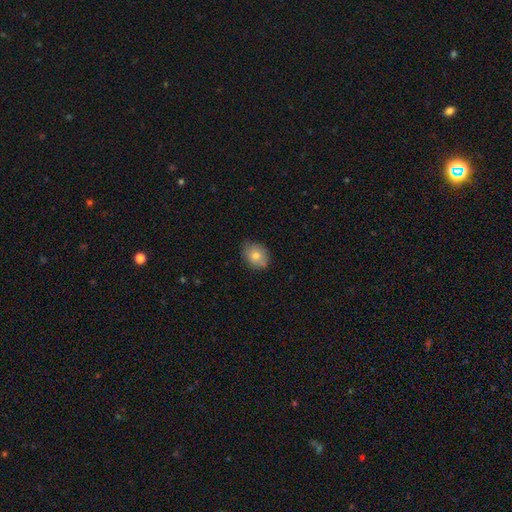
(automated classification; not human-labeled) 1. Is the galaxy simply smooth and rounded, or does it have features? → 79% smooth, 13% featured or disk, 9% star or artifact.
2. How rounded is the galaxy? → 57% in between, 42% round, 1% cigar-shaped.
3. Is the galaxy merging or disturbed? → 81% none, 15% minor disturbance, 3% major disturbance, 1% merger.